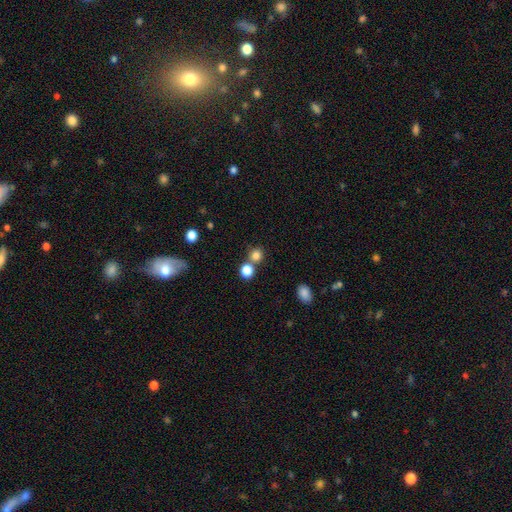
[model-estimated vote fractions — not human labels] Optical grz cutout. It shows a smooth galaxy with no disk features (81%) that is round (89%). Merging: none (63%).